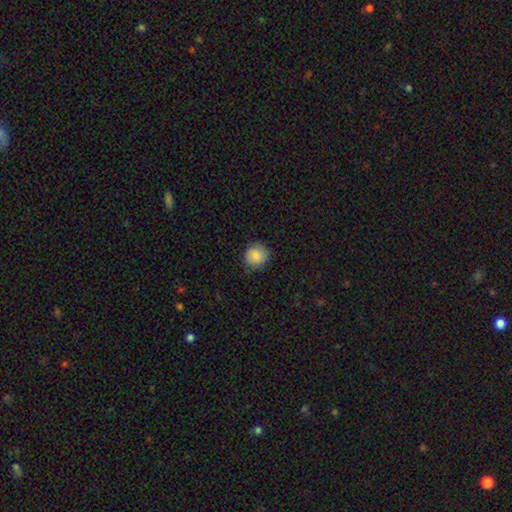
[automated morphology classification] Q: Smooth or featured?
A: smooth (87%); runner-up: star or artifact (8%)
Q: How rounded?
A: round (90%); runner-up: in between (9%)
Q: Merging?
A: none (84%); runner-up: minor disturbance (13%)